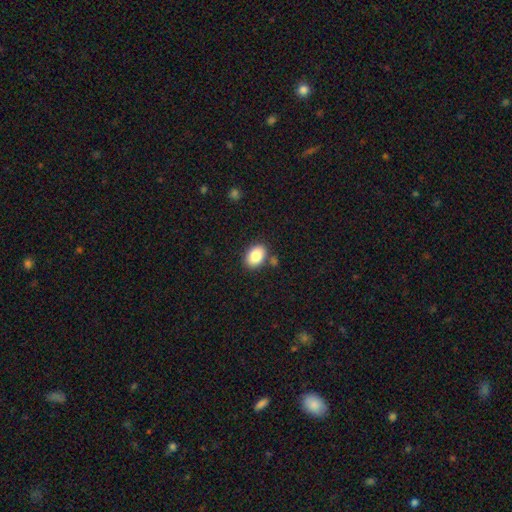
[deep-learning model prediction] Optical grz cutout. It shows a smooth galaxy with no disk features (85%) that is in between round and cigar-shaped (81%). Merging: none (81%).